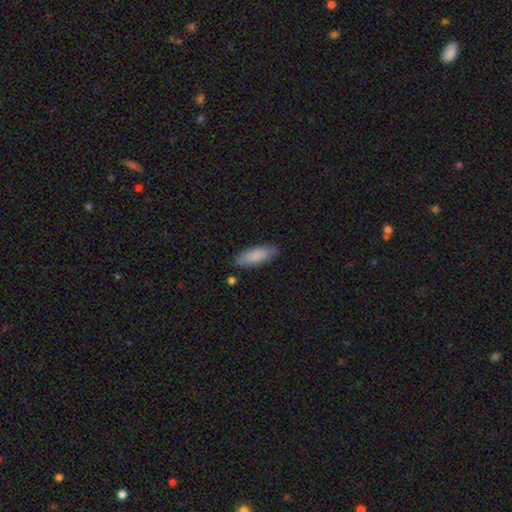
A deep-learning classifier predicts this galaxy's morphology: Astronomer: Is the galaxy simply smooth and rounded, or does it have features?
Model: smooth — 85%.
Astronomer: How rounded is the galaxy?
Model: in between — 65%.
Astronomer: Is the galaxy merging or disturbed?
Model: none — 81%.